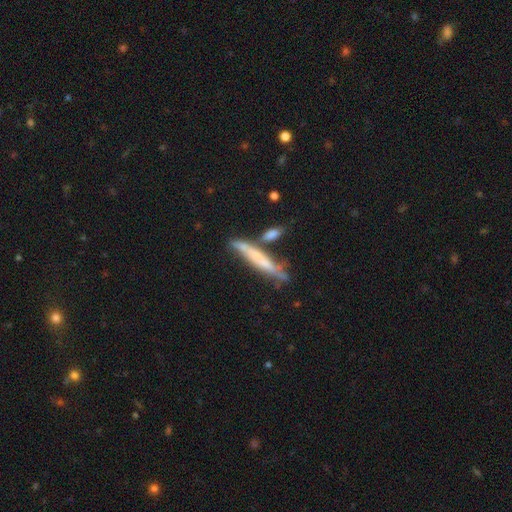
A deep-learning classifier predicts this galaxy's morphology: type=featured or disk (47%); merging=none (54%).